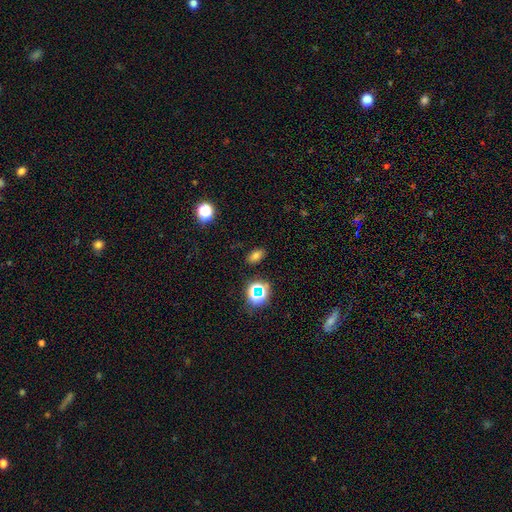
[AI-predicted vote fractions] A smooth galaxy with no disk features (69%) that is in between round and cigar-shaped (84%). Merging: none (85%).